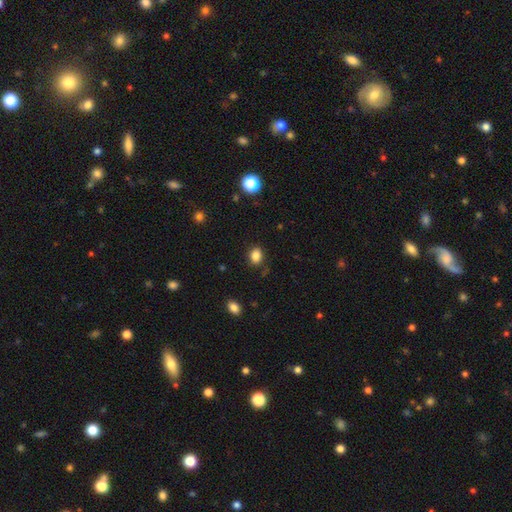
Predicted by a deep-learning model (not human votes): Smooth or featured?
  - smooth: 85% *
  - star or artifact: 11%
  - featured or disk: 4%
How rounded?
  - in between: 56% *
  - round: 43%
  - cigar-shaped: 1%
Merging?
  - none: 83% *
  - minor disturbance: 12%
  - major disturbance: 3%
  - merger: 2%